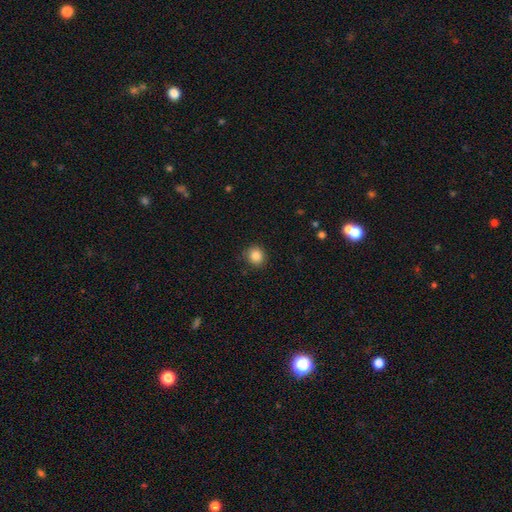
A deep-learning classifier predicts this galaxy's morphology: Smooth or featured?
  - smooth: 86% *
  - star or artifact: 10%
  - featured or disk: 4%
How rounded?
  - round: 86% *
  - in between: 13%
  - cigar-shaped: 1%
Merging?
  - none: 87% *
  - minor disturbance: 10%
  - major disturbance: 2%
  - merger: 1%